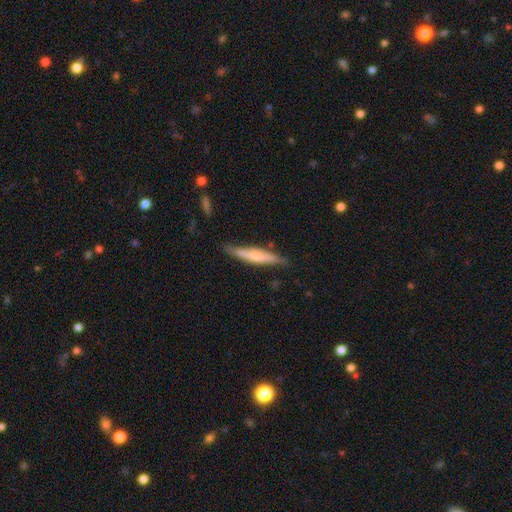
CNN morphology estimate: The model was most divided on "smooth or featured": smooth: 49%, featured or disk: 46%, star or artifact: 6%. More confident: merging — none (79%).